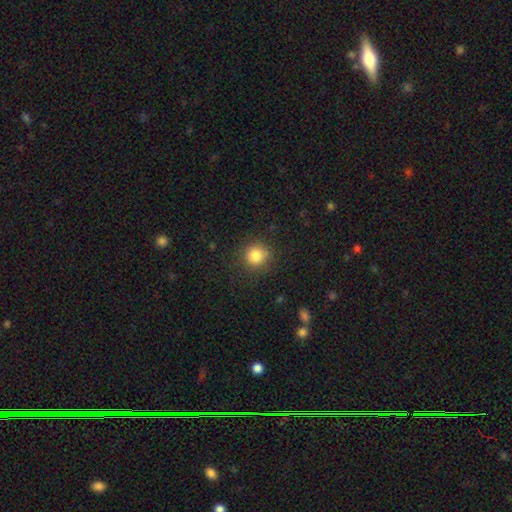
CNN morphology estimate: This appears to be a smooth galaxy with no disk features (83%) that is round (93%). Merging: none (88%).